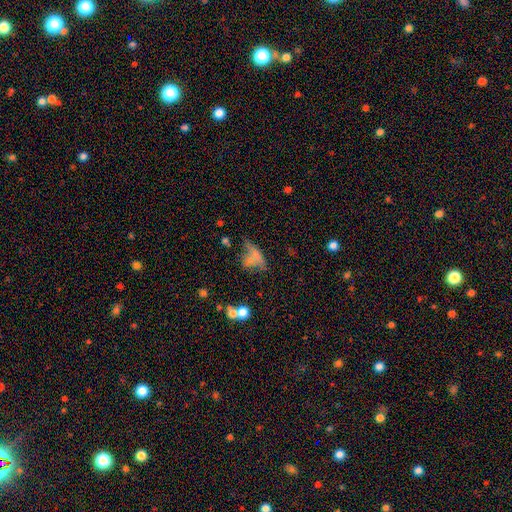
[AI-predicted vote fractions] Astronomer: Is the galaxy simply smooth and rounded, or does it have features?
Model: smooth — 57%.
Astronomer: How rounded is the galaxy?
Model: in between — 66%.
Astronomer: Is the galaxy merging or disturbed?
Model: none — 36% (runner-up: merger, 23%).